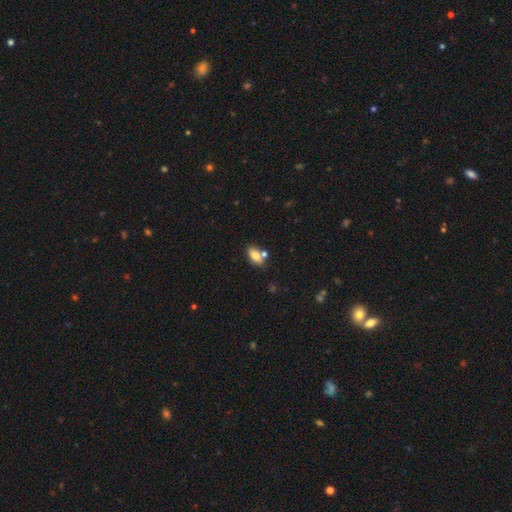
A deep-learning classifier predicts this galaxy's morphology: smooth 78%, featured or disk 13%, star or artifact 8%. Down the decision tree: how rounded — in between (88%); merging — none (57%).